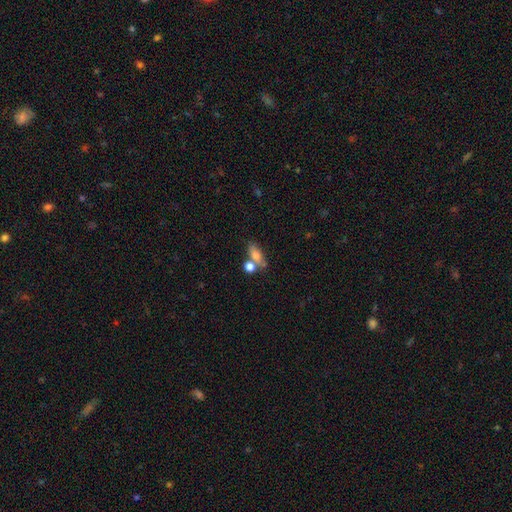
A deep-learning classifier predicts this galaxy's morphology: This appears to be a smooth galaxy with no disk features (72%) that is in between round and cigar-shaped (70%). Merging: none (47%).